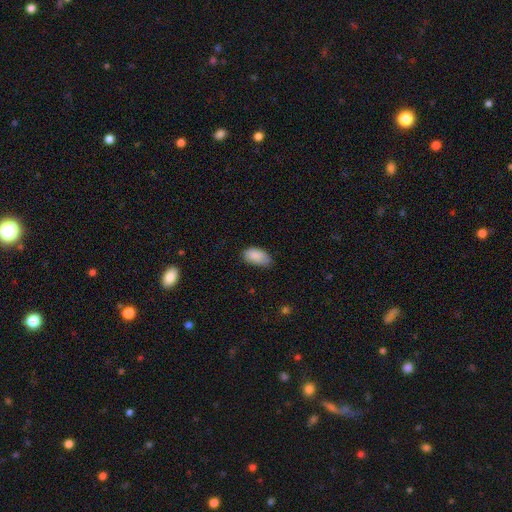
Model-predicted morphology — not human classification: smooth 87%, star or artifact 7%, featured or disk 6%. Down the decision tree: how rounded — in between (94%); merging — none (65%).